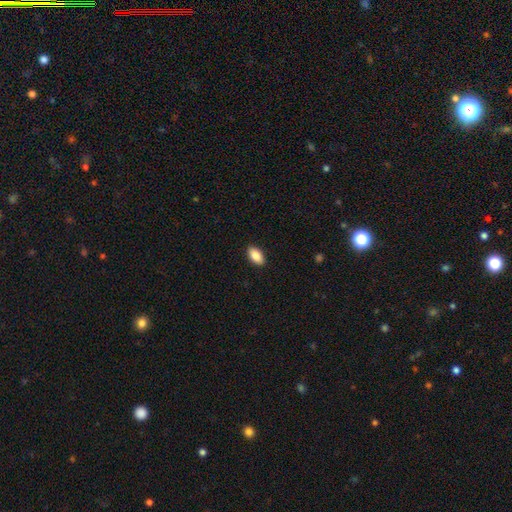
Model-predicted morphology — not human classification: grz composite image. It shows a smooth galaxy with no disk features (87%) that is in between round and cigar-shaped (93%). Merging: none (90%).